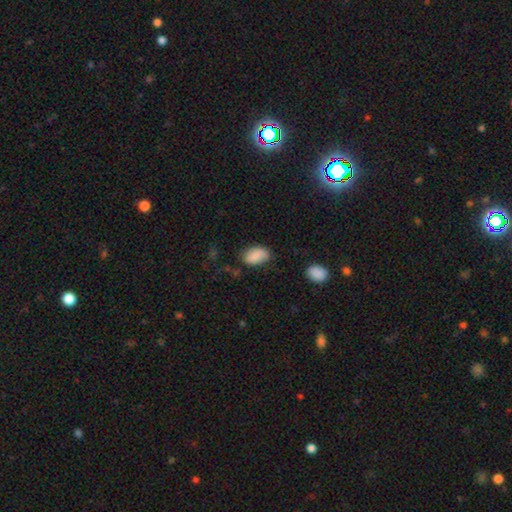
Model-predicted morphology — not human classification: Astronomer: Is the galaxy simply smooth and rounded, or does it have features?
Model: smooth — 84%.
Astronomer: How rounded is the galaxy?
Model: in between — 92%.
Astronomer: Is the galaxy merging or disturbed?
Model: none — 73%.